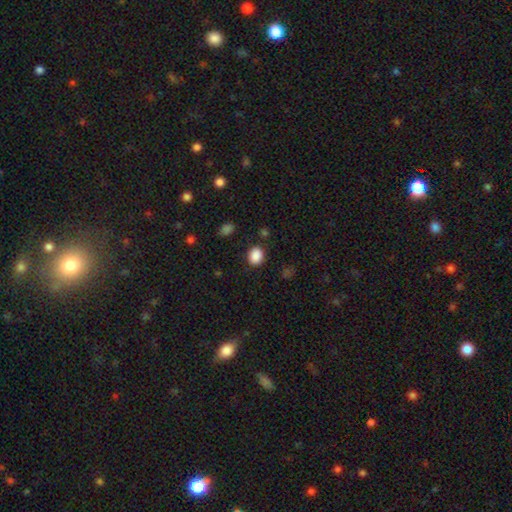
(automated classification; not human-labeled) smooth-or-featured: smooth: 88% | star or artifact: 9% | featured or disk: 3%
  how-rounded: round: 51% | in between: 48% | cigar-shaped: 1%
  merging: none: 85% | minor disturbance: 10% | major disturbance: 3% | merger: 2%